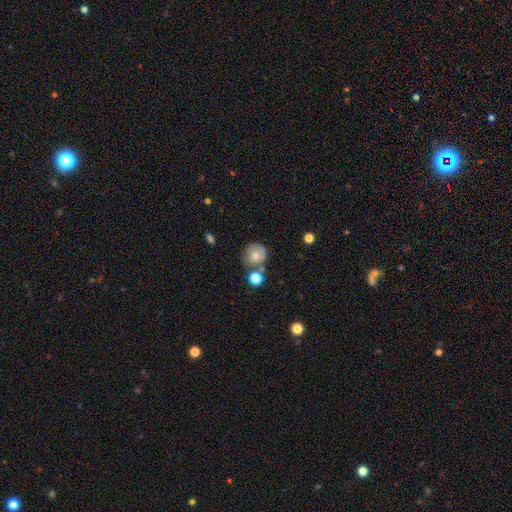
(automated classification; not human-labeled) Smooth or featured? Predicted: smooth (p=0.65). How rounded? Predicted: round (p=0.88). Merging? Predicted: none (p=0.59).